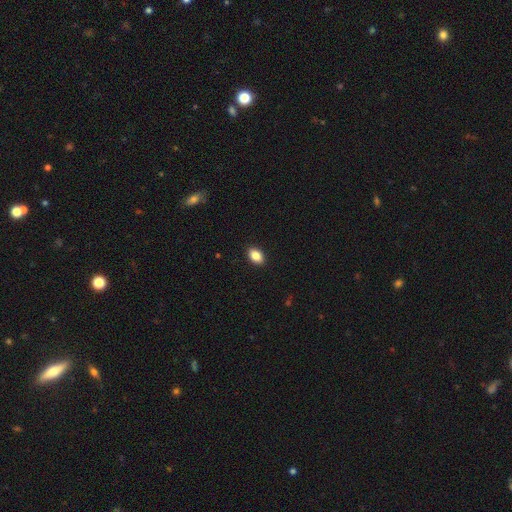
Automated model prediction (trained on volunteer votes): Morphology: type=smooth (87%); roundness=in between (87%); merging=none (90%).